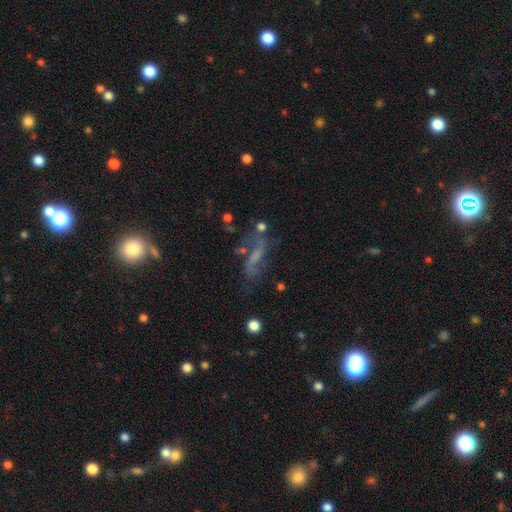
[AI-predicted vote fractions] featured or disk 55%, smooth 25%, star or artifact 20%. Down the decision tree: edge-on disk — no (80%); merging — none (53%).